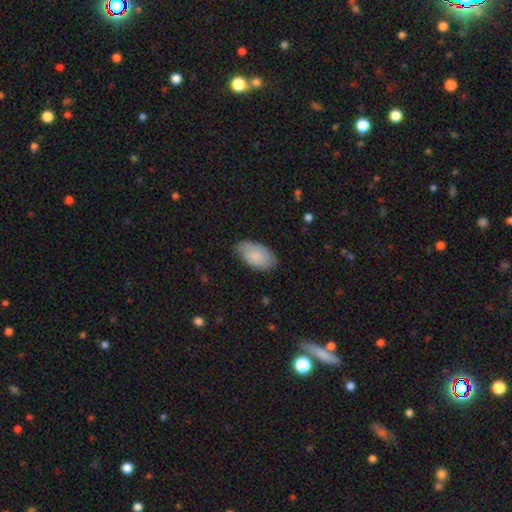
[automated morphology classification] smooth-or-featured: smooth: 77% | featured or disk: 17% | star or artifact: 6%
  how-rounded: in between: 95% | round: 3% | cigar-shaped: 2%
  merging: none: 67% | minor disturbance: 27% | major disturbance: 5% | merger: 1%